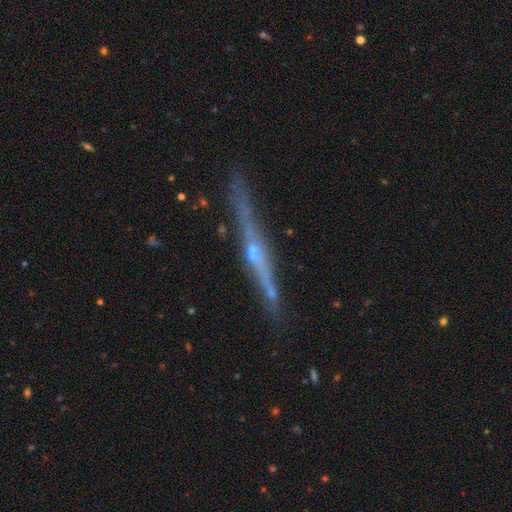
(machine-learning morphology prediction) The model was most divided on "edge-on bulge": rounded: 80%, none: 14%, boxy: 6%. More confident: edge-on disk — yes (97%); merging — none (85%); smooth or featured — featured or disk (84%).